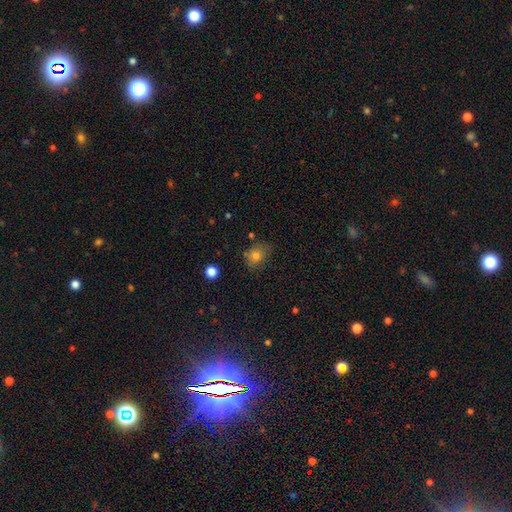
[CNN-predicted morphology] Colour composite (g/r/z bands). It shows a smooth galaxy with no disk features (77%) that is round (57%). Merging: none (66%).